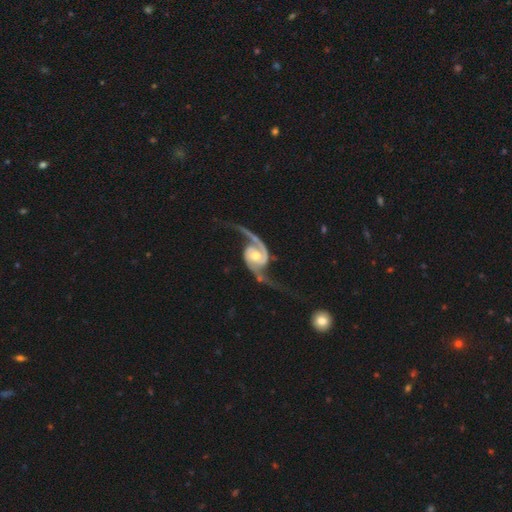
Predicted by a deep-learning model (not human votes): This is clearly a featured or disk galaxy (94%). It is clearly not viewed edge-on (97%). Bar: likely no (61%). Spiral arm pattern: clearly yes (98%). Spiral arm count: clearly 2 (94%). Spiral winding: possibly loose (55%). Central bulge: likely moderate (62%). Merging: likely none (64%).